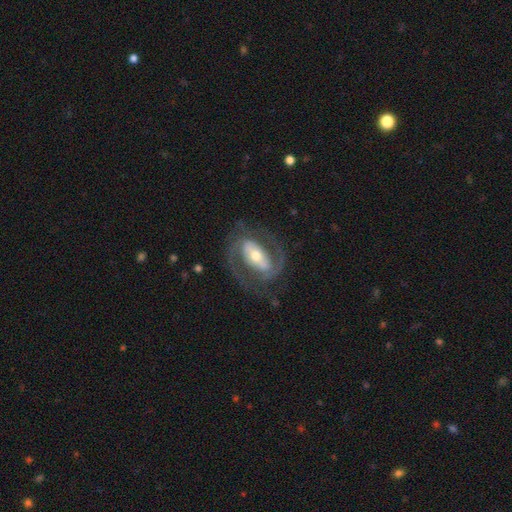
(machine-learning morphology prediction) This appears to be a featured or disk galaxy (86%) with a strong bar (55%), 2 (90%) medium (52%) spiral arms (91%) and a moderate central bulge (58%). Merging: none (75%).